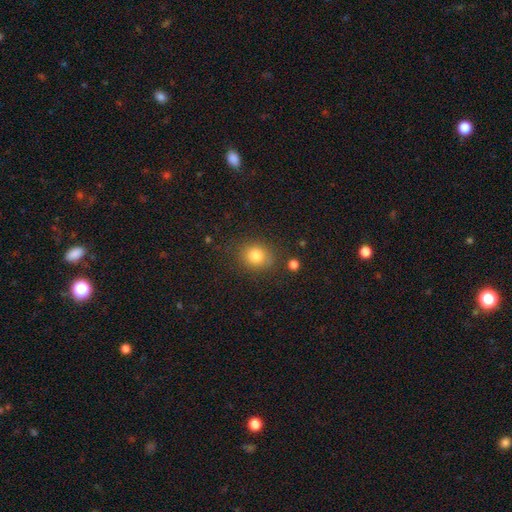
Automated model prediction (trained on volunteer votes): Smooth or featured?
  - smooth: 82% *
  - star or artifact: 11%
  - featured or disk: 7%
How rounded?
  - round: 69% *
  - in between: 30%
  - cigar-shaped: 1%
Merging?
  - none: 80% *
  - minor disturbance: 13%
  - major disturbance: 4%
  - merger: 3%